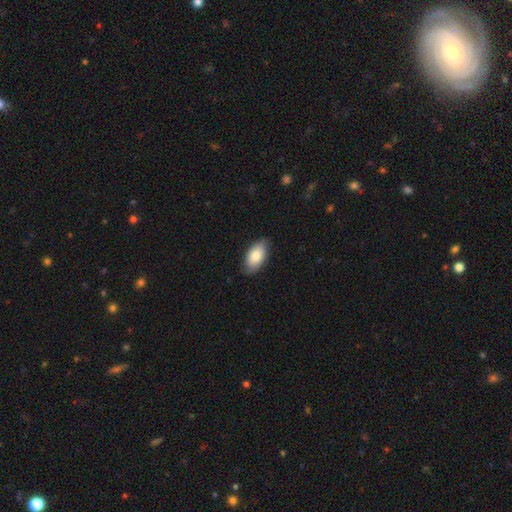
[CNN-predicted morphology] Smooth or featured?
  - smooth: 79% *
  - featured or disk: 15%
  - star or artifact: 6%
How rounded?
  - in between: 94% *
  - round: 4%
  - cigar-shaped: 2%
Merging?
  - none: 80% *
  - minor disturbance: 16%
  - major disturbance: 3%
  - merger: 1%